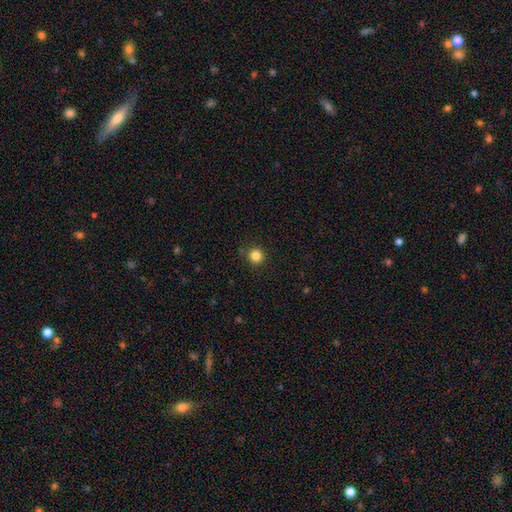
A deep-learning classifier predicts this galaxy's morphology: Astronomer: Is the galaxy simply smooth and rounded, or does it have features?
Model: smooth — 84%.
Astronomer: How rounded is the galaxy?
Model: round — 95%.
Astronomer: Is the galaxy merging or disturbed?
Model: none — 88%.